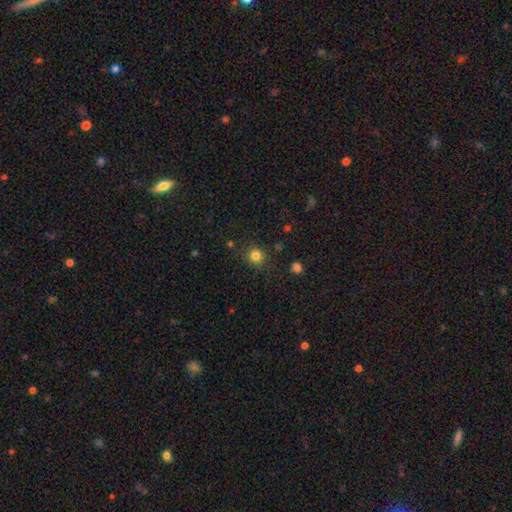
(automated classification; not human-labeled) Smooth or featured? smooth (82%)
How rounded? round (91%)
Merging? none (86%)